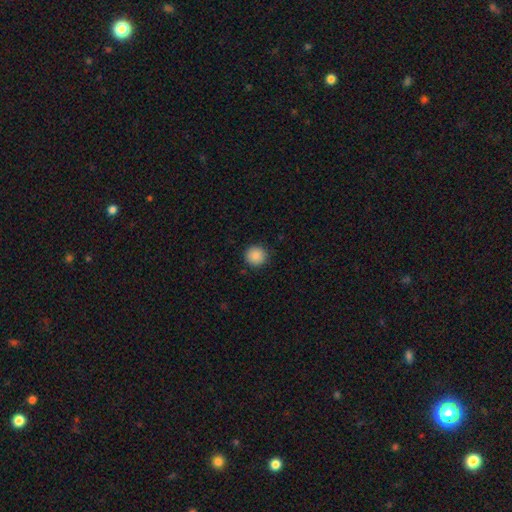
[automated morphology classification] smooth-or-featured: smooth: 88% | star or artifact: 9% | featured or disk: 3%
  how-rounded: round: 95% | in between: 4% | cigar-shaped: 1%
  merging: none: 91% | minor disturbance: 6% | major disturbance: 2% | merger: 1%